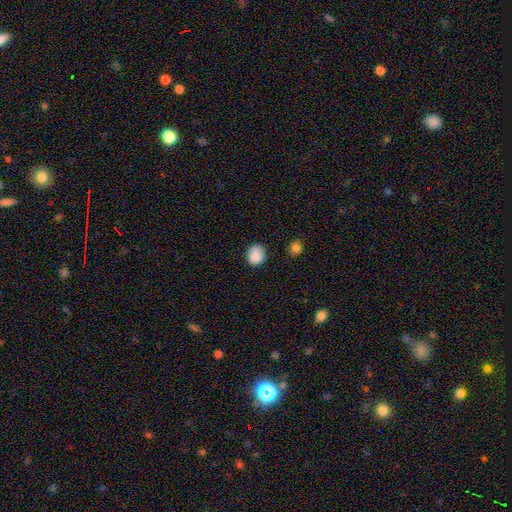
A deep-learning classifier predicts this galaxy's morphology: Smooth or featured: smooth — 87% (star or artifact — 9%)
How rounded: round — 70% (in between — 29%)
Merging: none — 73% (minor disturbance — 21%)